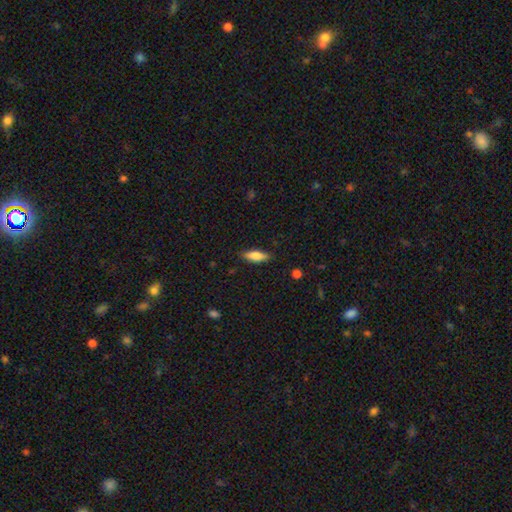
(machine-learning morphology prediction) The model was most divided on "how rounded": in between: 62%, cigar-shaped: 36%, round: 2%. More confident: merging — none (85%); smooth or featured — smooth (76%).